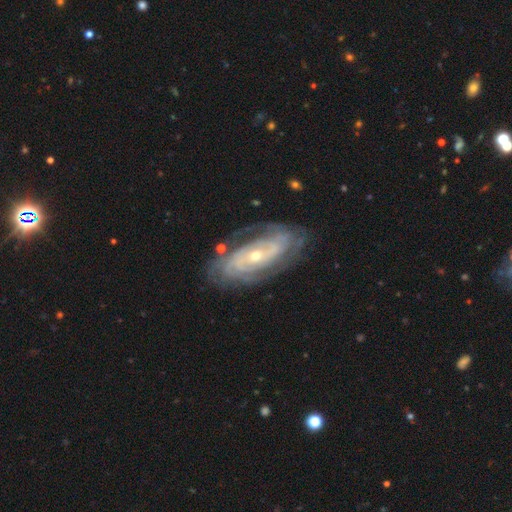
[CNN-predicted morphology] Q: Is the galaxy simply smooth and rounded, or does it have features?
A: featured or disk — 85%.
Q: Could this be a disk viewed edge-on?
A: no — 92%.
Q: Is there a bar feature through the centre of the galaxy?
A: no — 66%.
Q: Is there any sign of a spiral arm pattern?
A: yes — 92%.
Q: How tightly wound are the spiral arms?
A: tight — 71%.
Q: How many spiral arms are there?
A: can't tell — 39%.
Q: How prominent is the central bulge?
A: small — 64%.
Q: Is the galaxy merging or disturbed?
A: none — 75%.